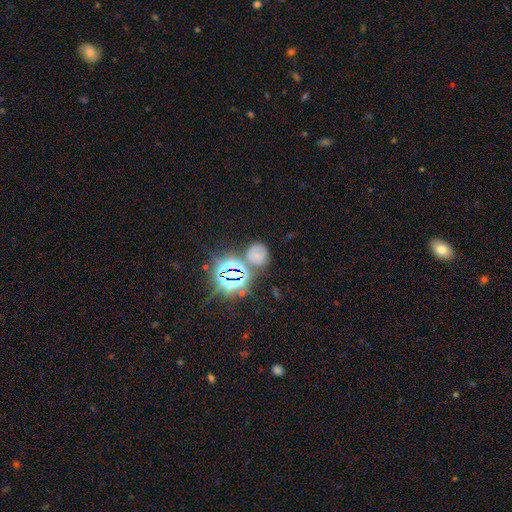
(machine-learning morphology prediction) This appears to be a smooth galaxy with no disk features (49%). Merging: none (68%).